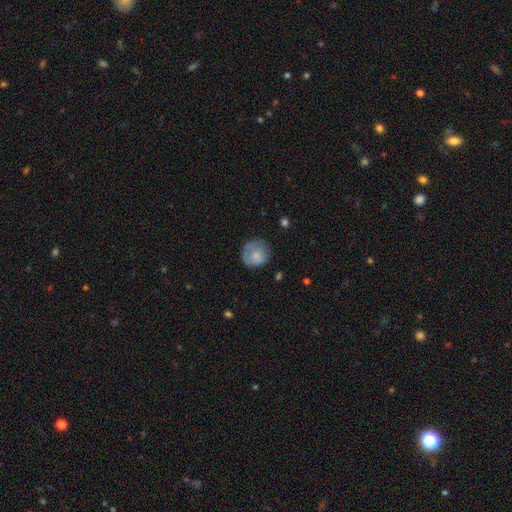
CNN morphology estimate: Smooth or featured: smooth — 72% (featured or disk — 20%)
How rounded: round — 88% (in between — 11%)
Merging: none — 65% (minor disturbance — 23%)